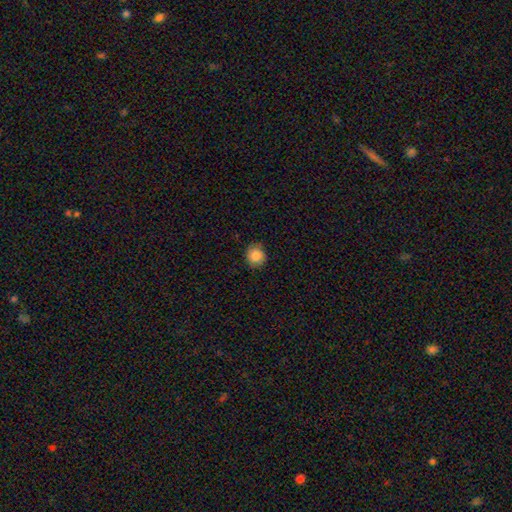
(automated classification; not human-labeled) Q: Smooth or featured?
A: smooth (85%); runner-up: star or artifact (8%)
Q: How rounded?
A: round (82%); runner-up: in between (17%)
Q: Merging?
A: none (77%); runner-up: minor disturbance (18%)